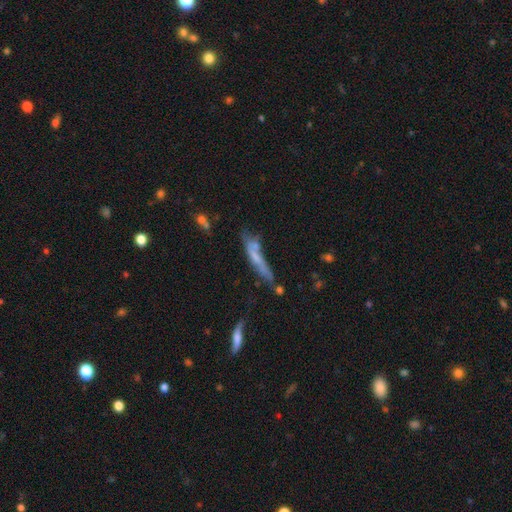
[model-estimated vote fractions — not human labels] smooth-or-featured: smooth: 46% | featured or disk: 44% | star or artifact: 10%
  merging: none: 45% | minor disturbance: 24% | merger: 18% | major disturbance: 13%